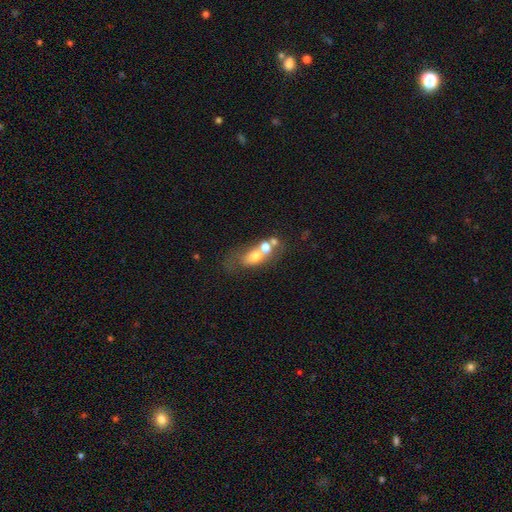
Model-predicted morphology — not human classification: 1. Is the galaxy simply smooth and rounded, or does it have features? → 56% smooth, 31% featured or disk, 13% star or artifact.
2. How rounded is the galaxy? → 64% in between, 26% round, 10% cigar-shaped.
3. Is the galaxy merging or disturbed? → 48% merger, 29% none, 12% minor disturbance, 10% major disturbance.